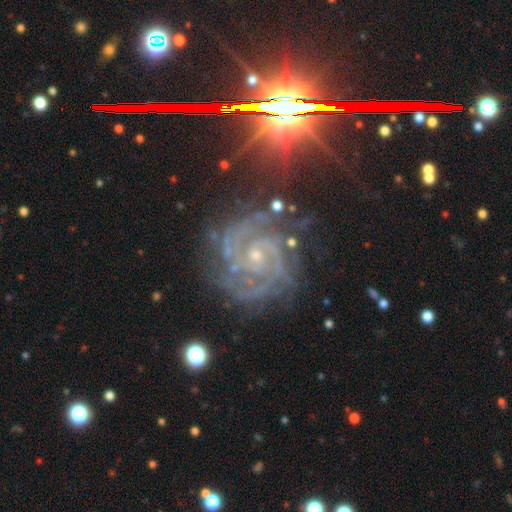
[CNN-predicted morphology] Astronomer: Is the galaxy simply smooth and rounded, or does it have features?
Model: featured or disk — 86%.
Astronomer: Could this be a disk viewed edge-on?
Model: no — 98%.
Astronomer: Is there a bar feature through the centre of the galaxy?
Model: no — 60%.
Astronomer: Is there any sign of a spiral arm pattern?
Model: yes — 98%.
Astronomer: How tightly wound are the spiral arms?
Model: tight — 70%.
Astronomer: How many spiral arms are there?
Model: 2 — 46% (runner-up: 3, 22%).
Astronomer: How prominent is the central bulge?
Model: small — 78%.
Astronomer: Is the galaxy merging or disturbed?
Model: none — 75%.